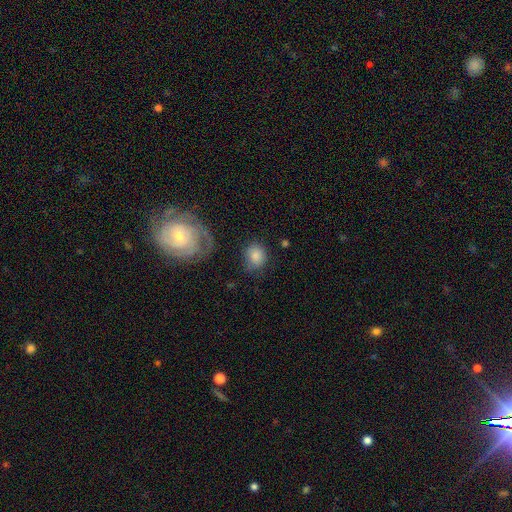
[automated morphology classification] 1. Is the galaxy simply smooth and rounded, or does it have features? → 81% smooth, 11% featured or disk, 8% star or artifact.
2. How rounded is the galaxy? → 70% round, 29% in between, 1% cigar-shaped.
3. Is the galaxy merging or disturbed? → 69% none, 18% minor disturbance, 8% major disturbance, 4% merger.